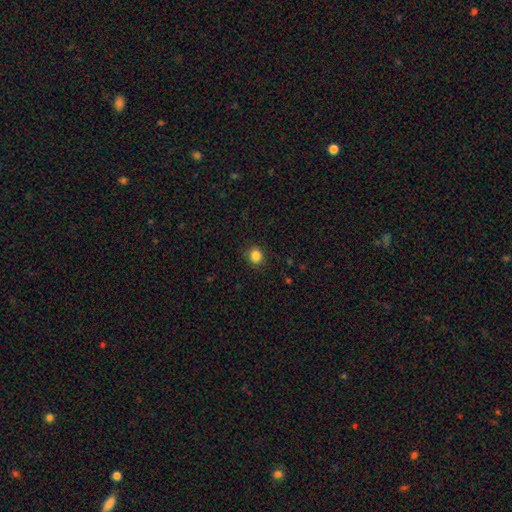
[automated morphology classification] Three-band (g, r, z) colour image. It shows a smooth galaxy with no disk features (85%) that is round (85%). Merging: none (89%).